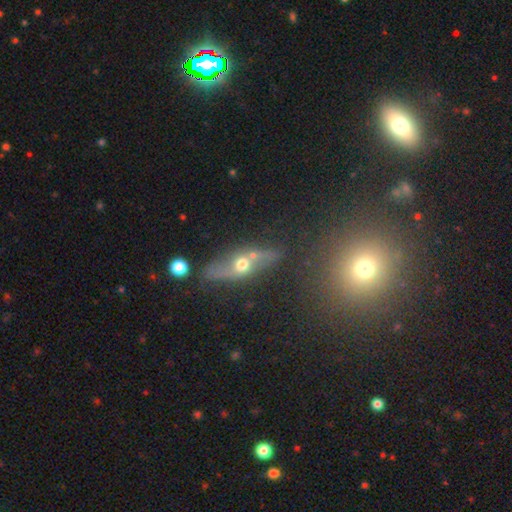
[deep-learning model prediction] Smooth or featured?
  - featured or disk: 57% *
  - smooth: 30%
  - star or artifact: 13%
Edge-on disk?
  - no: 53% *
  - yes: 47%
Merging?
  - none: 60% *
  - merger: 17%
  - minor disturbance: 15%
  - major disturbance: 8%